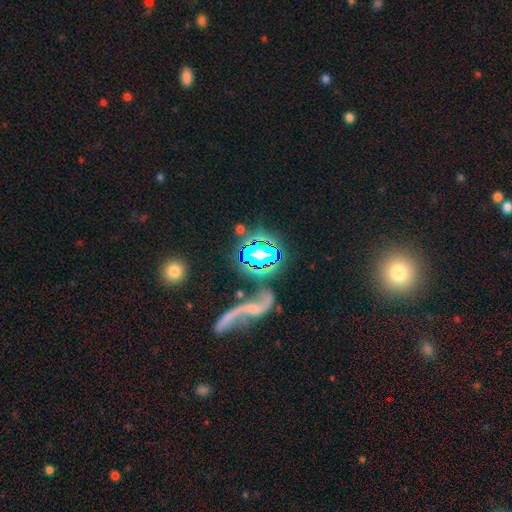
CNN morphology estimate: smooth-or-featured: featured or disk: 48% | star or artifact: 32% | smooth: 20%
  merging: none: 50% | major disturbance: 19% | merger: 18% | minor disturbance: 13%